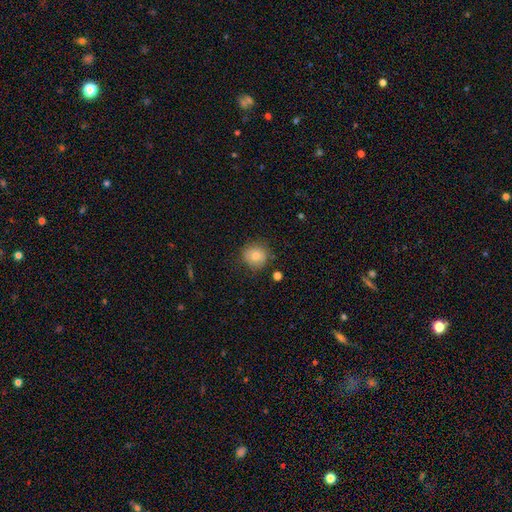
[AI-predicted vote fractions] Smooth or featured: smooth — 76% (featured or disk — 14%)
How rounded: round — 91% (in between — 8%)
Merging: none — 83% (minor disturbance — 12%)